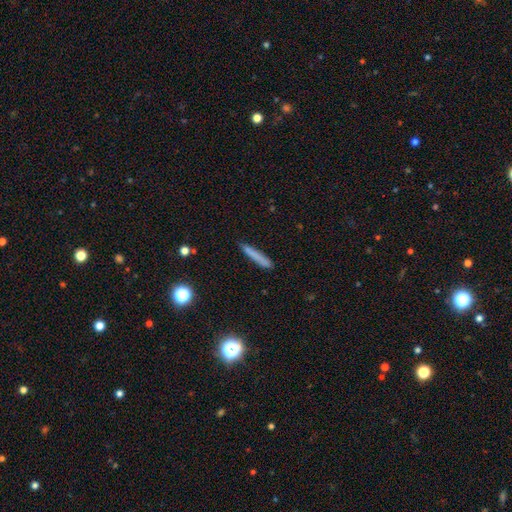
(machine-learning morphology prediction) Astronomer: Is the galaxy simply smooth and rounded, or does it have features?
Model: smooth — 75%.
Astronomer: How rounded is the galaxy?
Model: cigar-shaped — 95%.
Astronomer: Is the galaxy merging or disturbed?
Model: none — 84%.